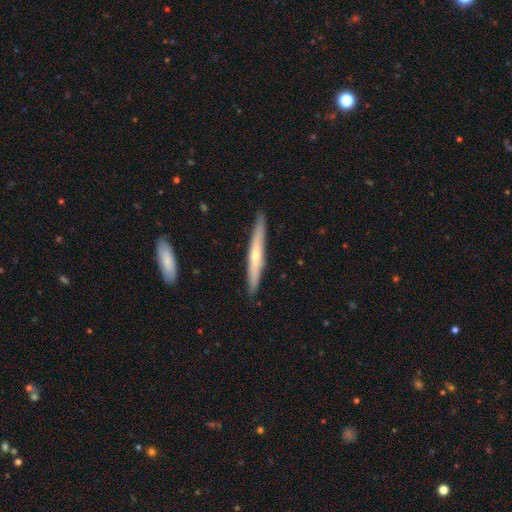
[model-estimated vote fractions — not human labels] Morphology: type=featured or disk (57%); edge-on=yes (94%); edge-on bulge=rounded (67%); merging=none (90%).